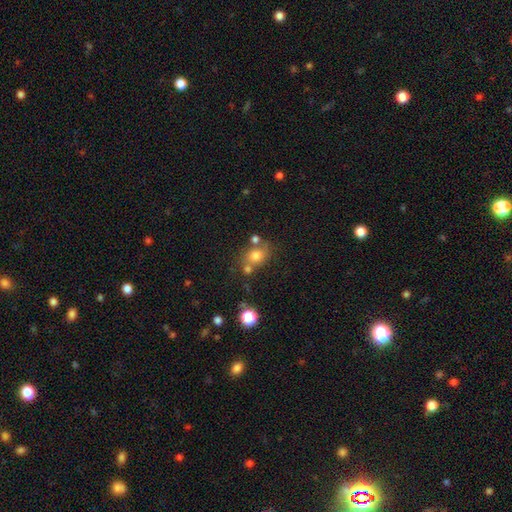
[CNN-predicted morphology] This appears to be a smooth galaxy with no disk features (75%) that is round (57%). Merging: none (56%).